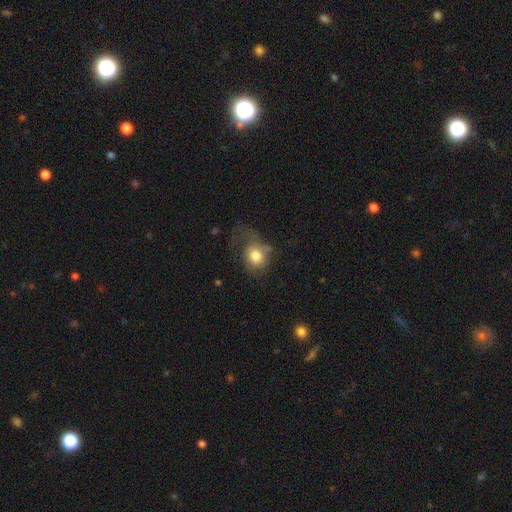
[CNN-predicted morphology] Overall: smooth (75%). How rounded: round (57%; in between 42%). Merging: major disturbance (36%; none 34%).